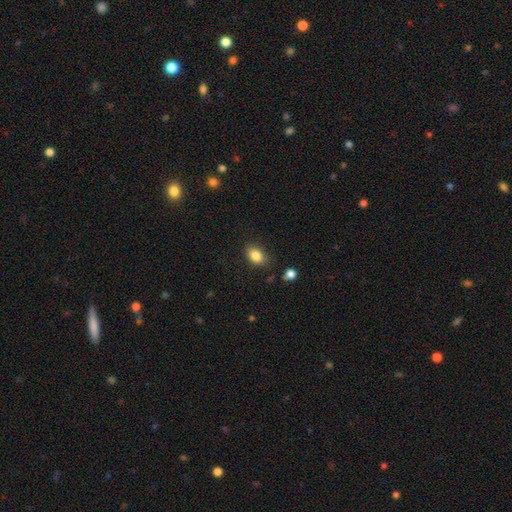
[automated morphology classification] type=smooth (85%); roundness=in between (79%); merging=none (80%).